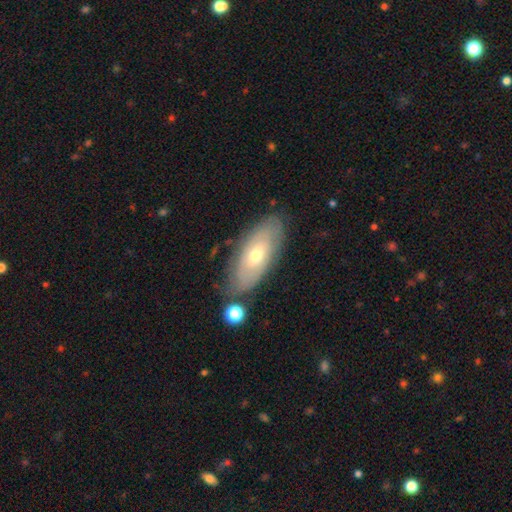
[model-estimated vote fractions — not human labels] Smooth or featured? featured or disk (53%)
Edge-on disk? no (82%)
Merging? none (76%)